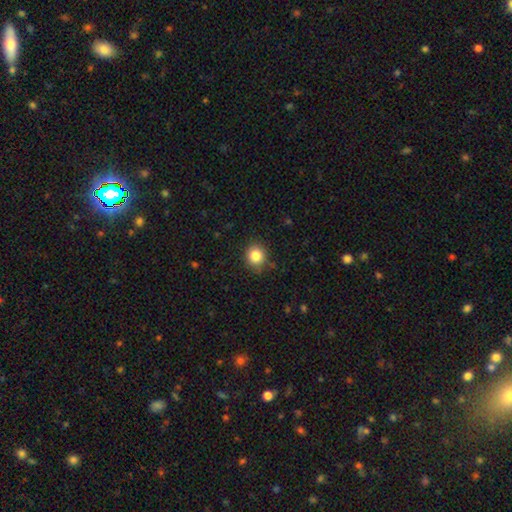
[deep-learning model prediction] smooth_or_featured: smooth (p=0.84) [alt: star or artifact p=0.11]
how_rounded: round (p=0.83) [alt: in between p=0.16]
merging: none (p=0.85) [alt: minor disturbance p=0.11]